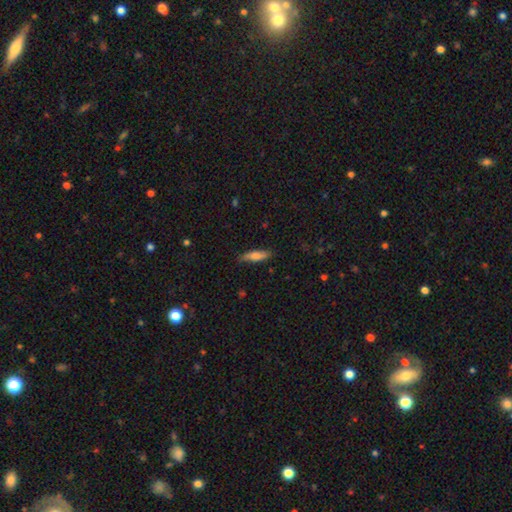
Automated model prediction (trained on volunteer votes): This appears to be a smooth galaxy with no disk features (72%) that is cigar-shaped (65%). Merging: none (82%).